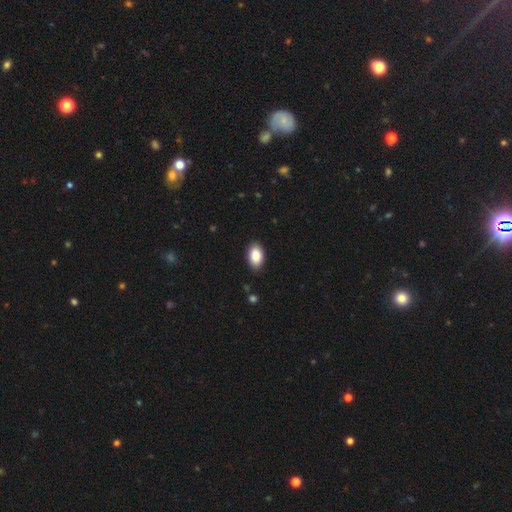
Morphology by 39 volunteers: Q: Smooth or featured?
A: smooth (87%); runner-up: star or artifact (8%)
Q: How rounded?
A: in between (94%); runner-up: round (6%)
Q: Merging?
A: none (92%); runner-up: minor disturbance (8%)